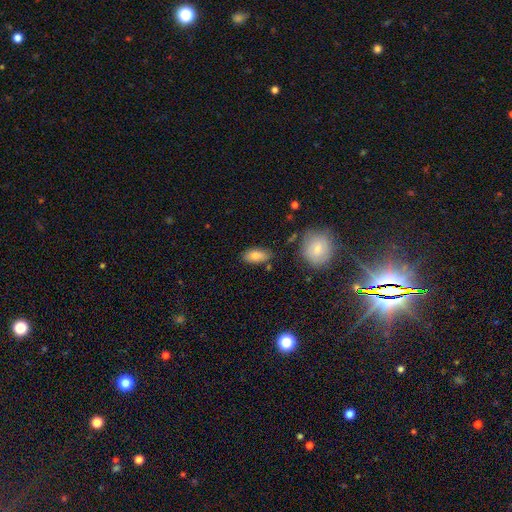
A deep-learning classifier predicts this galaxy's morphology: smooth_or_featured: smooth (p=0.81) [alt: featured or disk p=0.11]
how_rounded: in between (p=0.89) [alt: cigar-shaped p=0.06]
merging: none (p=0.76) [alt: minor disturbance p=0.16]